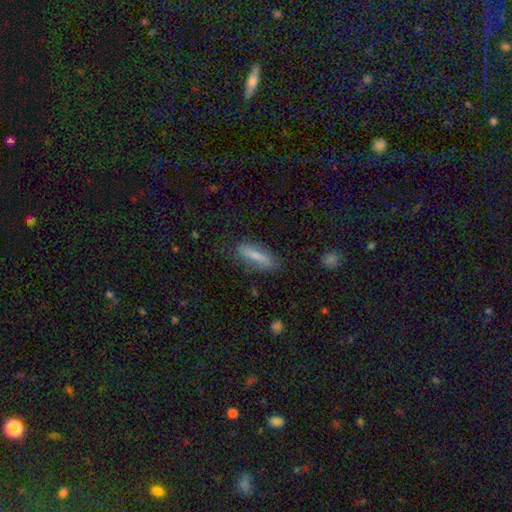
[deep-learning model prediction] Smooth or featured? Predicted: smooth (p=0.72). How rounded? Predicted: cigar-shaped (p=0.66). Merging? Predicted: none (p=0.78).